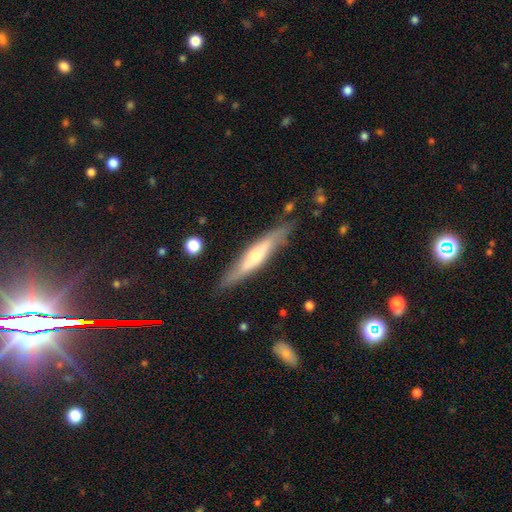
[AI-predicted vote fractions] This is possibly a featured or disk galaxy (56%). It is clearly viewed edge-on (81%). Merging: likely none (80%).